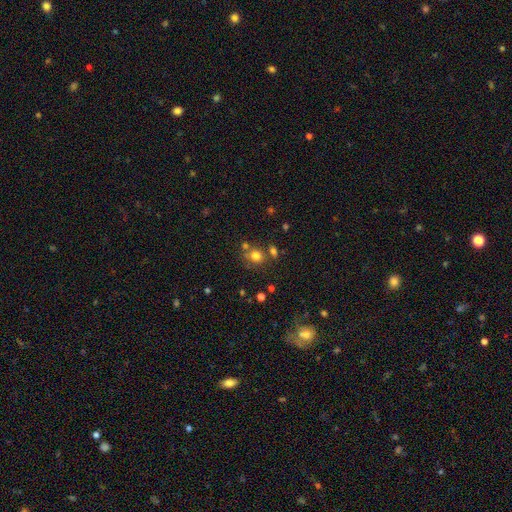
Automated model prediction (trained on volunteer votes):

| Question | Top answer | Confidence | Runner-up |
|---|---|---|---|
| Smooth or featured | smooth | 77% | star or artifact (15%) |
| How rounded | round | 72% | in between (27%) |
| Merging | none | 63% | merger (18%) |